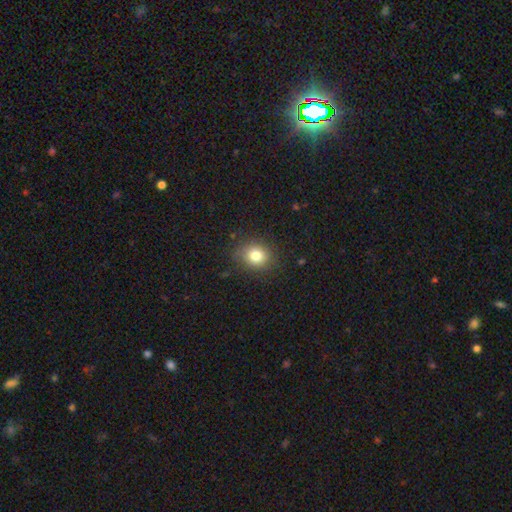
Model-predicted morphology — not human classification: smooth_or_featured: smooth (p=0.81) [alt: star or artifact p=0.12]
how_rounded: round (p=0.73) [alt: in between p=0.27]
merging: none (p=0.84) [alt: minor disturbance p=0.12]